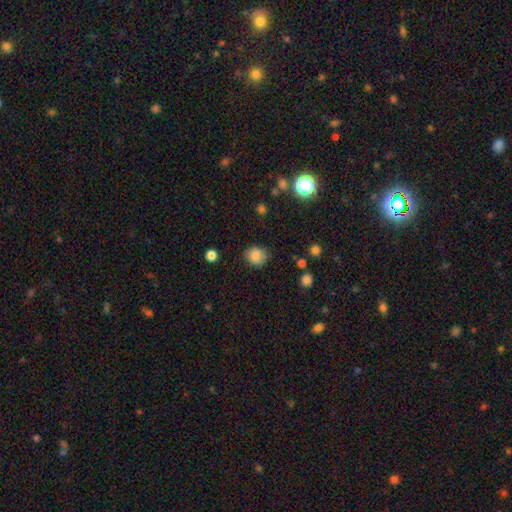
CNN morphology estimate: This is clearly a smooth galaxy (84%). How rounded: likely round (79%). Merging: clearly none (81%).